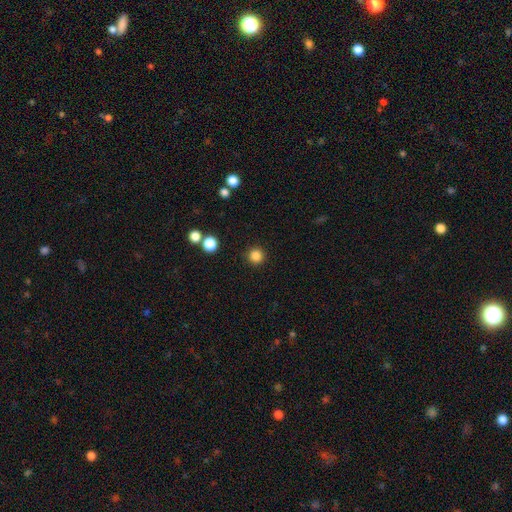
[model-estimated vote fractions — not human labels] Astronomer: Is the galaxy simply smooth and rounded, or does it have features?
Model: smooth — 84%.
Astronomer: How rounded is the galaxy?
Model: round — 95%.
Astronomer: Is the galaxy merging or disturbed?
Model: none — 91%.